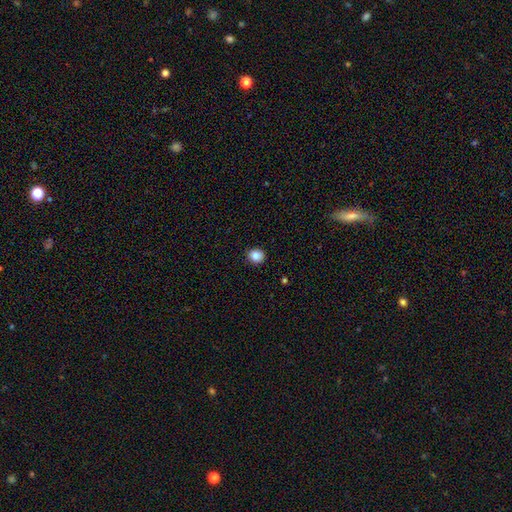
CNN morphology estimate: A smooth galaxy with no disk features (85%) that is round (85%).

Vote fractions:
- Smooth or featured? smooth: 85% / star or artifact: 10% / featured or disk: 5%
- How rounded? round: 85% / in between: 14% / cigar-shaped: 1%
- Merging? none: 91% / minor disturbance: 7% / major disturbance: 2% / merger: 1%